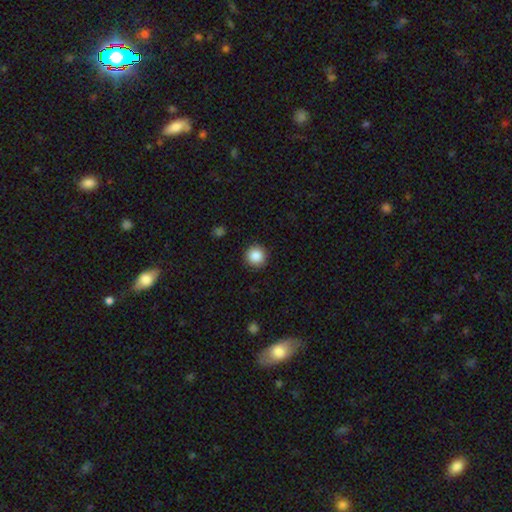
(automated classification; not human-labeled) Smooth or featured?
  - smooth: 87% *
  - star or artifact: 9%
  - featured or disk: 4%
How rounded?
  - round: 95% *
  - in between: 4%
  - cigar-shaped: 1%
Merging?
  - none: 91% *
  - minor disturbance: 6%
  - major disturbance: 2%
  - merger: 1%